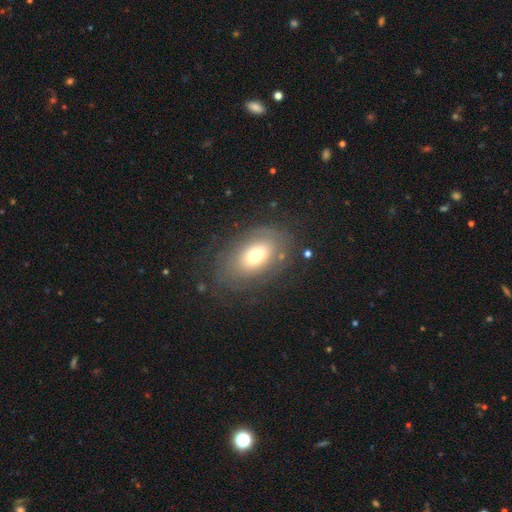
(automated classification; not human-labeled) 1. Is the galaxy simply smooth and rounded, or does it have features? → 55% smooth, 35% featured or disk, 10% star or artifact.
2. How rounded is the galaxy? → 84% in between, 15% round, 2% cigar-shaped.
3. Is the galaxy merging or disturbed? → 73% none, 15% minor disturbance, 10% major disturbance, 2% merger.